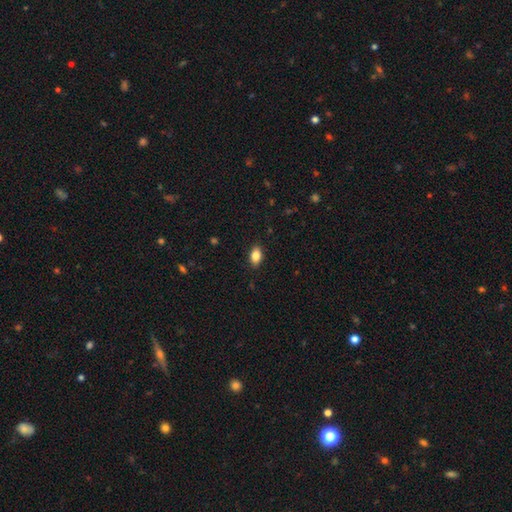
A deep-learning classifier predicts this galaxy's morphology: Smooth or featured?
  - smooth: 85% *
  - star or artifact: 8%
  - featured or disk: 7%
How rounded?
  - in between: 89% *
  - round: 9%
  - cigar-shaped: 3%
Merging?
  - none: 88% *
  - minor disturbance: 9%
  - major disturbance: 2%
  - merger: 1%